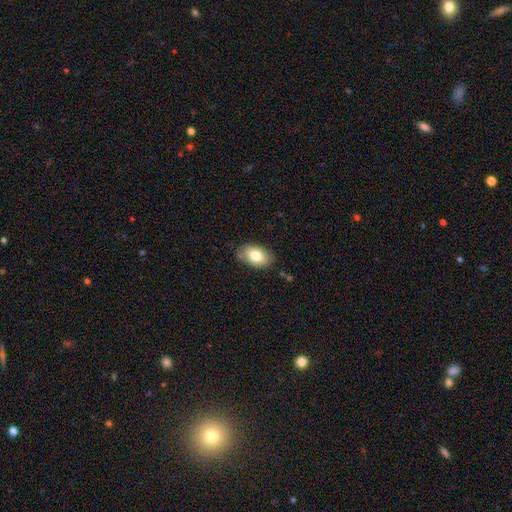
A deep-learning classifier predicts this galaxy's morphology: The model was most divided on "merging": none: 78%, minor disturbance: 16%, major disturbance: 3%, merger: 2%. More confident: how rounded — in between (90%); smooth or featured — smooth (79%).